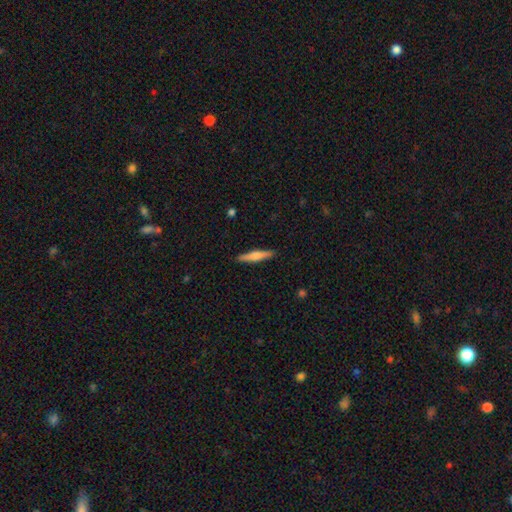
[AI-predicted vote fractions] smooth 52%, featured or disk 43%, star or artifact 5%. Down the decision tree: how rounded — cigar-shaped (88%); merging — none (90%).